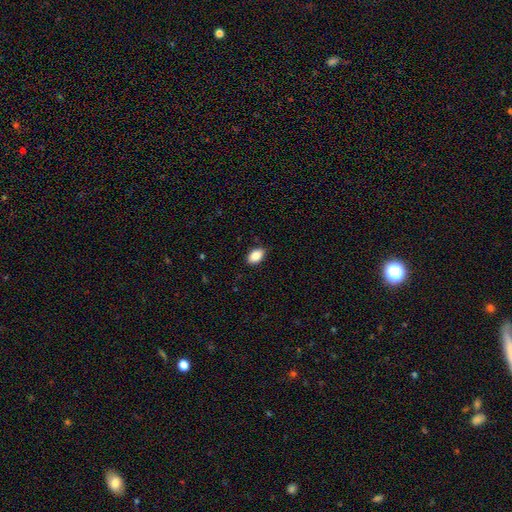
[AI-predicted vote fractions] Smooth or featured: smooth — 89% (star or artifact — 7%)
How rounded: in between — 91% (round — 8%)
Merging: none — 87% (minor disturbance — 10%)